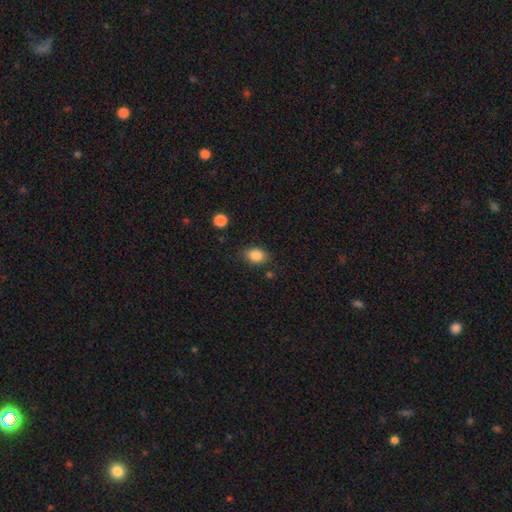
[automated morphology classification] Overall: smooth (86%). How rounded: in between (71%). Merging: none (78%).